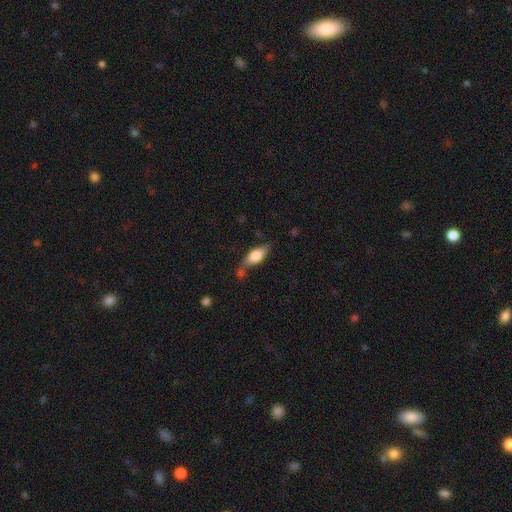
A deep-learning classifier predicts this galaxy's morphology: This is possibly a smooth galaxy (59%). How rounded: likely in between (70%). Merging: possibly none (57%).